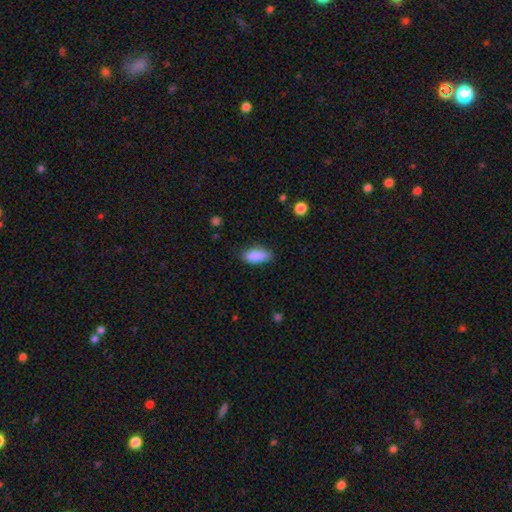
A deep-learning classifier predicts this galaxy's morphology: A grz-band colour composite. It shows a smooth galaxy with no disk features (88%) that is in between round and cigar-shaped (84%). Merging: none (76%).